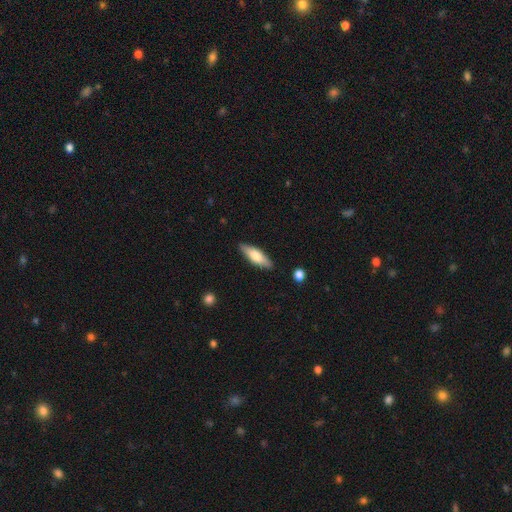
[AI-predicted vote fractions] Overall: smooth (65%; featured or disk 29%). How rounded: cigar-shaped (50%; in between 48%). Merging: none (87%).